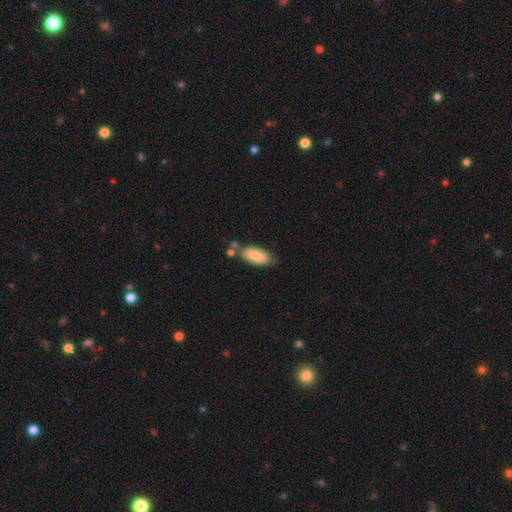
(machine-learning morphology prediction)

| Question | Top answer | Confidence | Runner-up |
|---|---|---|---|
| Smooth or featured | smooth | 86% | featured or disk (8%) |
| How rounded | in between | 87% | cigar-shaped (11%) |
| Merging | none | 62% | minor disturbance (19%) |